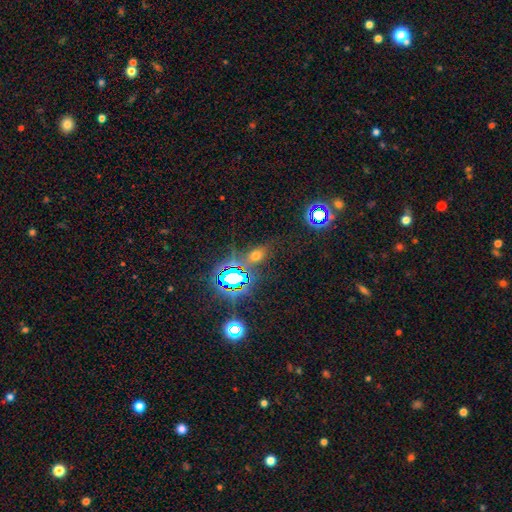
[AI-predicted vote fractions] Smooth or featured: star or artifact — 45% (tied with smooth — 45%)